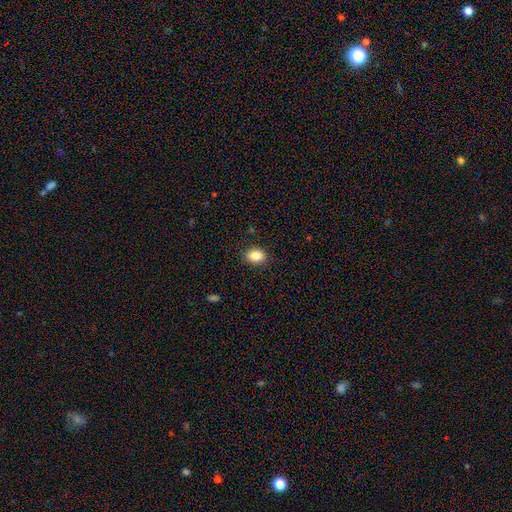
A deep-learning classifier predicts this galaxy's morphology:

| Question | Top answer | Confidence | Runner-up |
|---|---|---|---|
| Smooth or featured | smooth | 85% | star or artifact (9%) |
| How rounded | in between | 67% | round (32%) |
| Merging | none | 87% | minor disturbance (9%) |